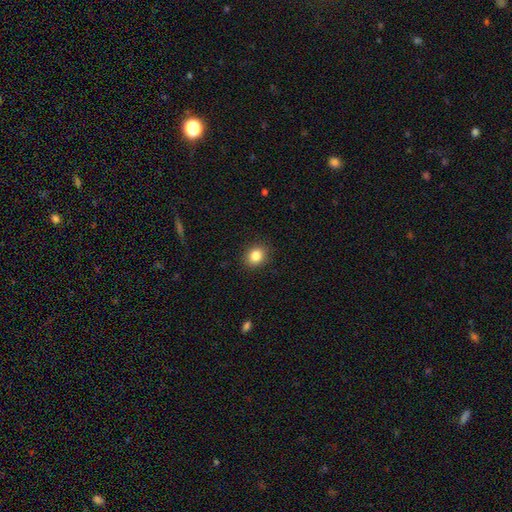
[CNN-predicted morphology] This appears to be a smooth galaxy with no disk features (84%) that is round (62%). Merging: none (89%).